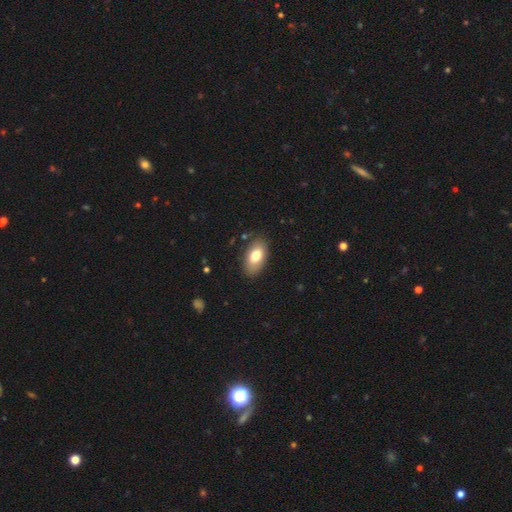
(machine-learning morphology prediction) smooth 75%, featured or disk 17%, star or artifact 7%. Down the decision tree: how rounded — in between (92%); merging — none (84%).